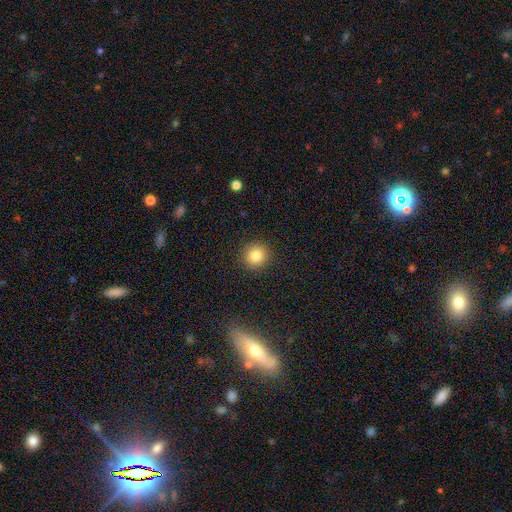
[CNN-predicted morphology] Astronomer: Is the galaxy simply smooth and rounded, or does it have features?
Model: smooth — 84%.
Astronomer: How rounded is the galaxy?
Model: round — 91%.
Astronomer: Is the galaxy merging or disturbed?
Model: none — 91%.